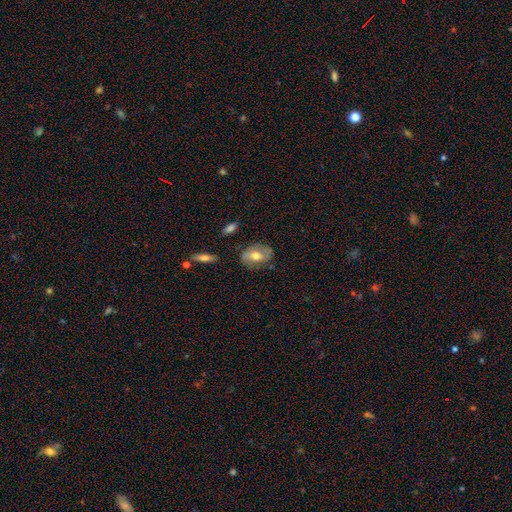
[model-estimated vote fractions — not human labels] A smooth galaxy with no disk features (51%) that is in between round and cigar-shaped (73%). Merging: none (73%).